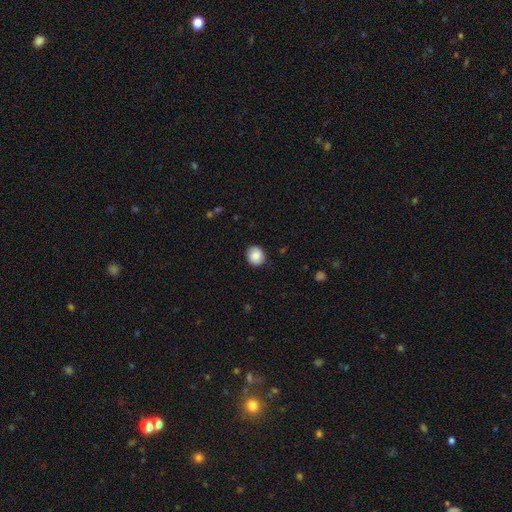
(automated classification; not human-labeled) Smooth or featured? Predicted: smooth (p=0.85). How rounded? Predicted: round (p=0.78). Merging? Predicted: none (p=0.86).